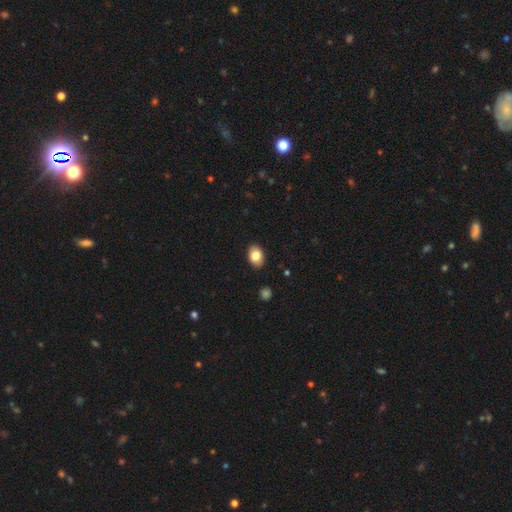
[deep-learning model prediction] smooth 83%, featured or disk 9%, star or artifact 8%. Down the decision tree: how rounded — in between (80%); merging — none (89%).